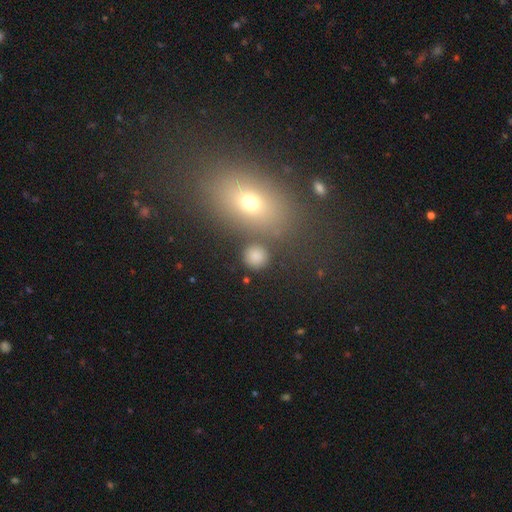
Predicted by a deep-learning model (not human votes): smooth_or_featured: smooth (p=0.81) [alt: star or artifact p=0.12]
how_rounded: round (p=0.88) [alt: in between p=0.11]
merging: none (p=0.83) [alt: minor disturbance p=0.08]